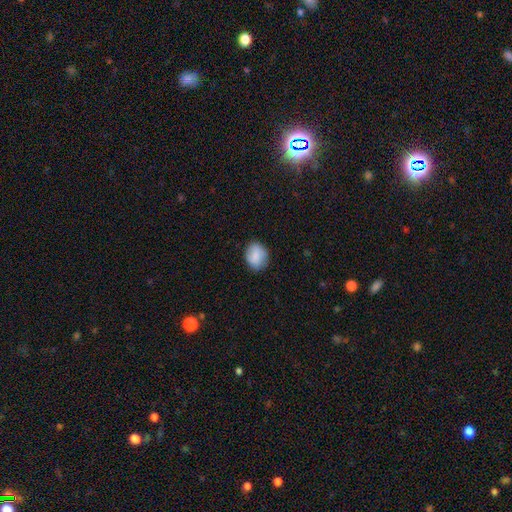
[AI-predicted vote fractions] The model was most divided on "how rounded": round: 51%, in between: 48%, cigar-shaped: 1%. More confident: smooth or featured — smooth (82%); merging — none (81%).